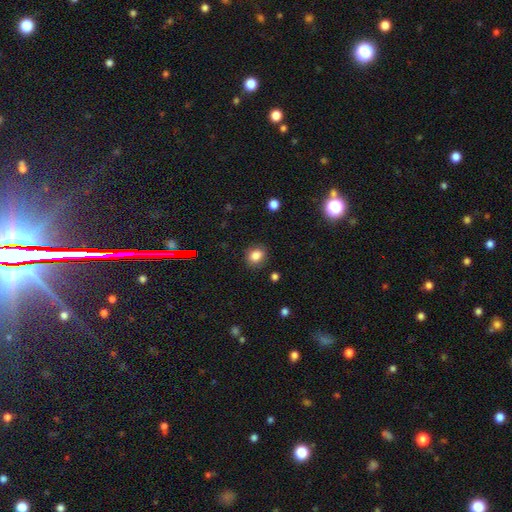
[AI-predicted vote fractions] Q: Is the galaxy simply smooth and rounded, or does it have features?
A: smooth — 84%.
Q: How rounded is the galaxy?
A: round — 63%.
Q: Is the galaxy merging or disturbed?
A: none — 85%.